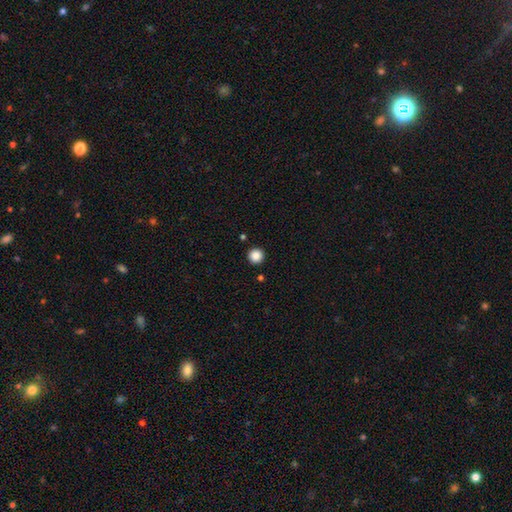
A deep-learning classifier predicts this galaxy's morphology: smooth 87%, star or artifact 10%, featured or disk 3%. Down the decision tree: how rounded — round (96%); merging — none (93%).